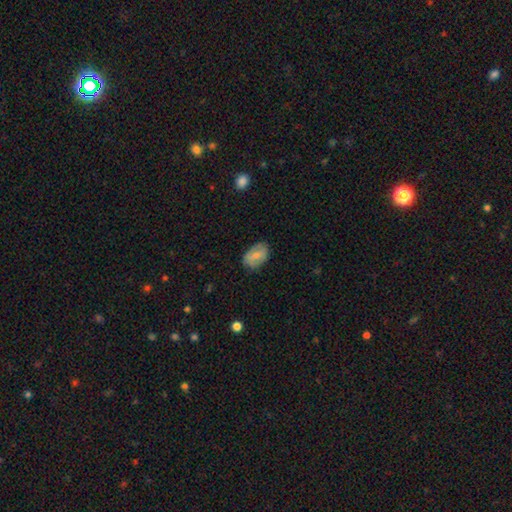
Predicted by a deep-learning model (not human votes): Overall: smooth (66%; featured or disk 26%). How rounded: in between (87%). Merging: none (75%).